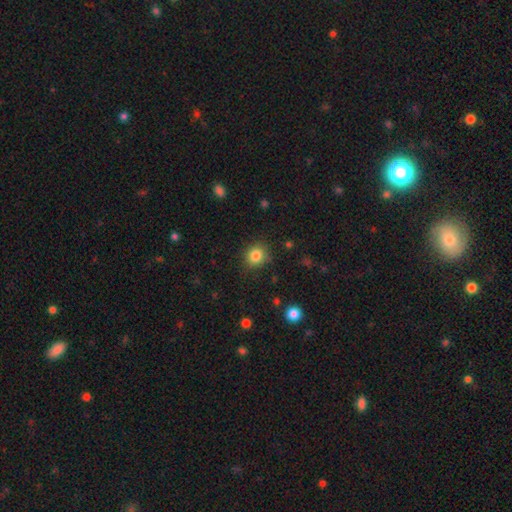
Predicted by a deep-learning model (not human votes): Smooth or featured: smooth — 83% (star or artifact — 11%)
How rounded: round — 84% (in between — 15%)
Merging: none — 86% (minor disturbance — 10%)